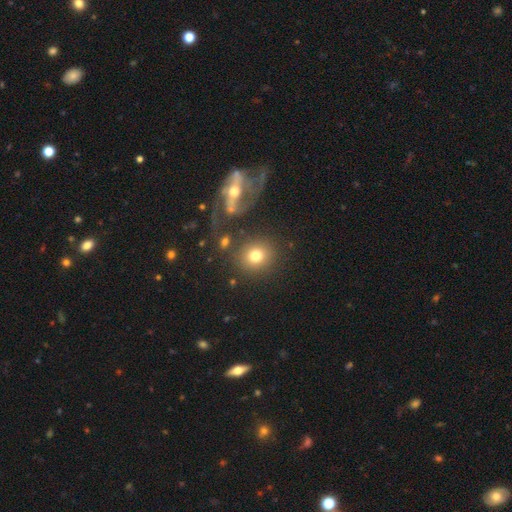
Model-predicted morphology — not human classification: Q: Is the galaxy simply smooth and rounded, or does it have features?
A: smooth — 75%.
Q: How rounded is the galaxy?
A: round — 84%.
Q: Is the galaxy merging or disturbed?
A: none — 77%.